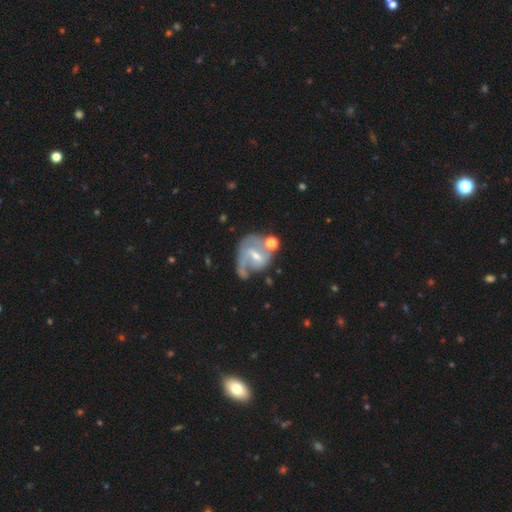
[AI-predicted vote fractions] Overall: featured or disk (77%). Edge-on disk: no (97%). Bar: weak (52%; strong 25%). Spiral arms: yes (86%). Spiral arm count: 2 (46%; 1 33%). Spiral winding: medium (42%; loose 31%). Bulge size: small (55%; moderate 36%). Merging: none (40%; major disturbance 23%).